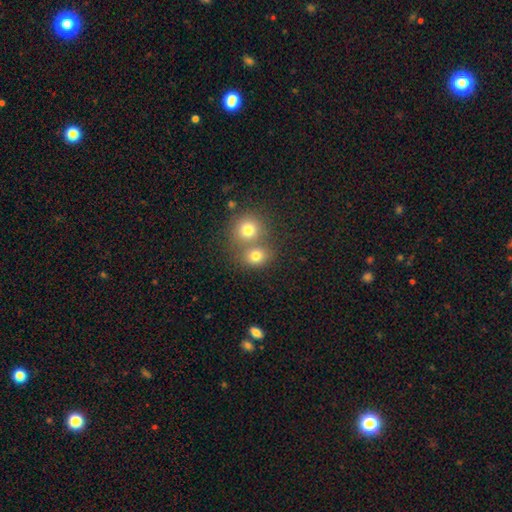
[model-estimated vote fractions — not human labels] Smooth or featured? smooth (77%)
How rounded? round (74%)
Merging? none (47%)